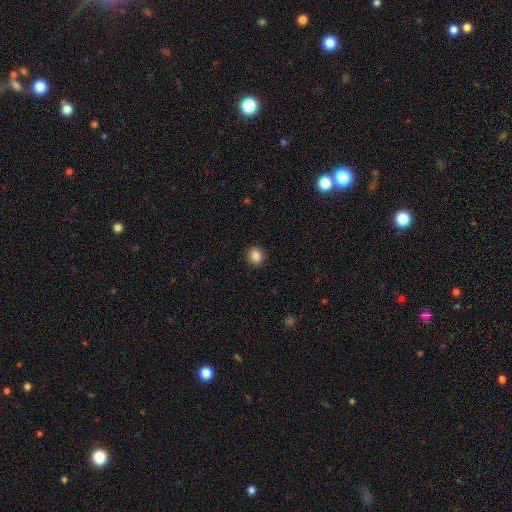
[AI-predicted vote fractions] A smooth galaxy with no disk features (86%) that is round (81%).

Vote fractions:
- Smooth or featured? smooth: 86% / star or artifact: 10% / featured or disk: 5%
- How rounded? round: 81% / in between: 18% / cigar-shaped: 1%
- Merging? none: 91% / minor disturbance: 6% / major disturbance: 2% / merger: 1%